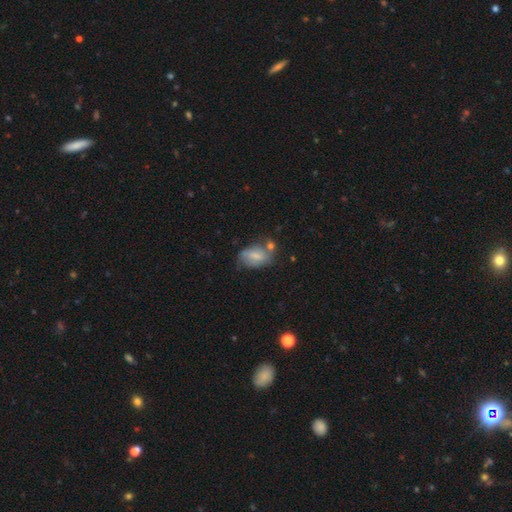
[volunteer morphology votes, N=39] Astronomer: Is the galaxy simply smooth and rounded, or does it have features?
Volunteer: smooth — 67%.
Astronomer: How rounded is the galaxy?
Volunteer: in between — 96%.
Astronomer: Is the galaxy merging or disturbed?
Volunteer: none — 49% (runner-up: minor disturbance, 27%).